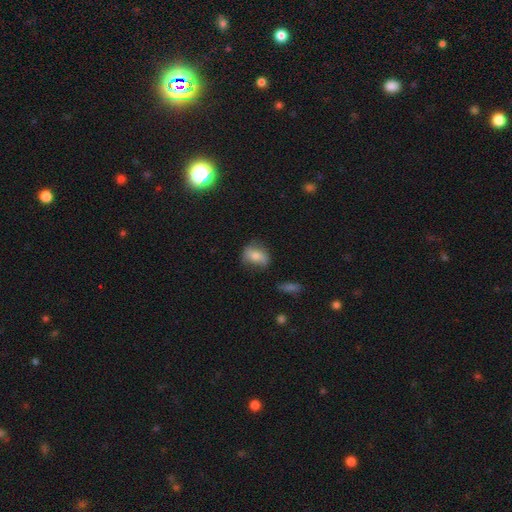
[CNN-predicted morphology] Smooth or featured? smooth (66%)
How rounded? in between (74%)
Merging? none (58%)